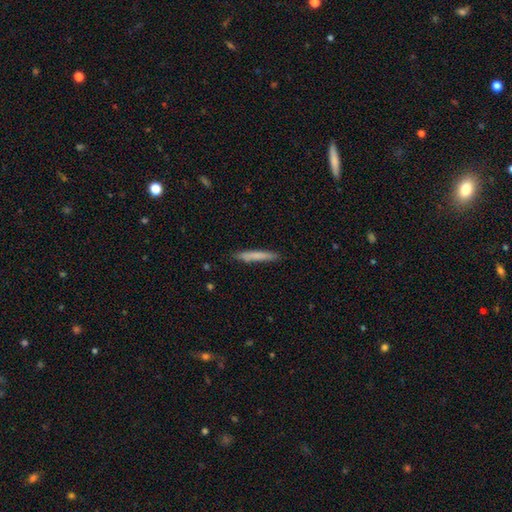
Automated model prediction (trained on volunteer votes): Smooth or featured? smooth (76%)
How rounded? cigar-shaped (95%)
Merging? none (87%)